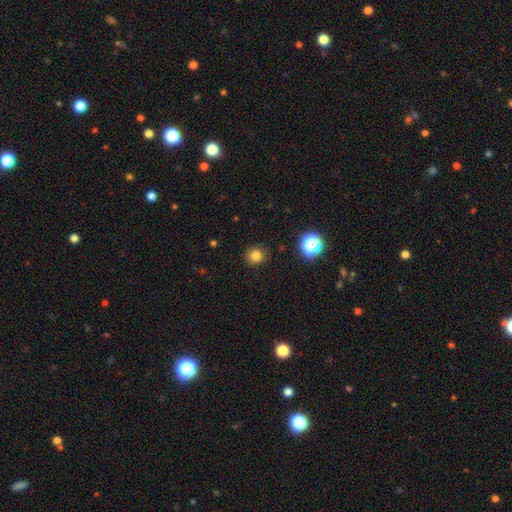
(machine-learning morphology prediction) type=smooth (80%); roundness=round (91%); merging=none (89%).